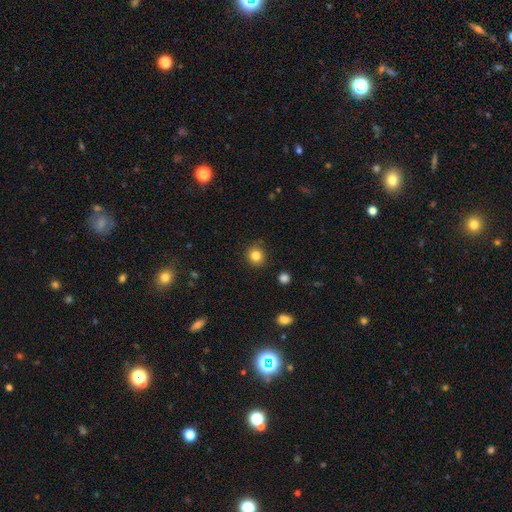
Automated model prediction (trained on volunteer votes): smooth_or_featured: smooth (p=0.84) [alt: star or artifact p=0.11]
how_rounded: round (p=0.88) [alt: in between p=0.11]
merging: none (p=0.86) [alt: minor disturbance p=0.10]